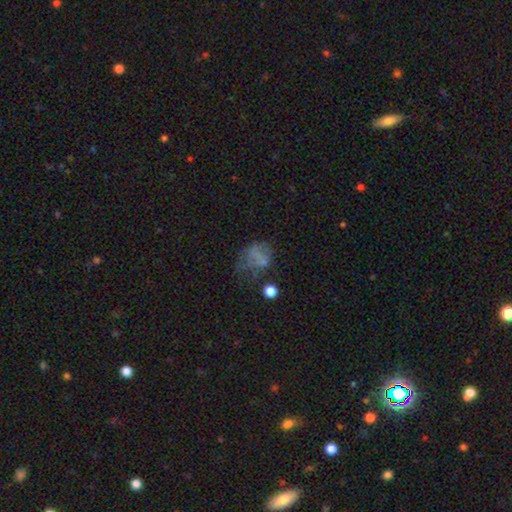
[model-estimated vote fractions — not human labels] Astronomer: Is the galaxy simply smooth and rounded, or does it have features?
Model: smooth — 50% (runner-up: featured or disk, 28%).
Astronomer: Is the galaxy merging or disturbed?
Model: none — 37% (runner-up: major disturbance, 32%).